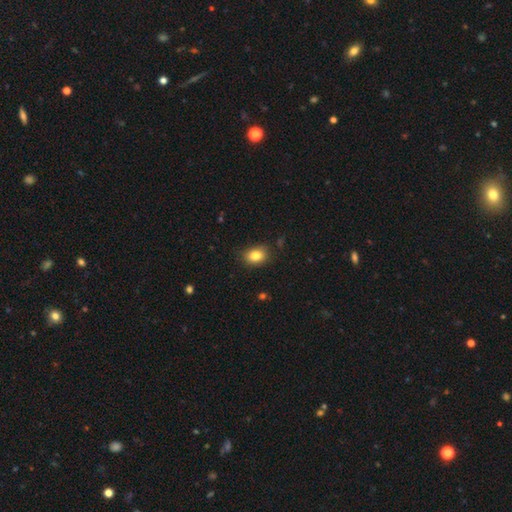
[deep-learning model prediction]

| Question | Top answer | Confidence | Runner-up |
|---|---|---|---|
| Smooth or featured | smooth | 83% | star or artifact (10%) |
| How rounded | in between | 68% | round (31%) |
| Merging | none | 83% | minor disturbance (13%) |